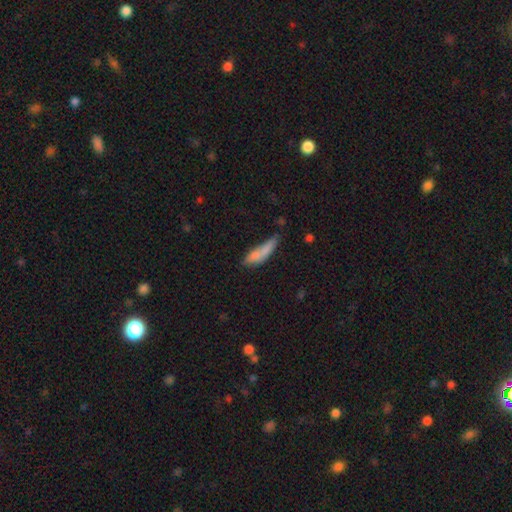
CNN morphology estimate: smooth-or-featured: smooth: 75% | featured or disk: 17% | star or artifact: 8%
  how-rounded: cigar-shaped: 60% | in between: 38% | round: 3%
  merging: none: 40% | minor disturbance: 30% | major disturbance: 16% | merger: 14%